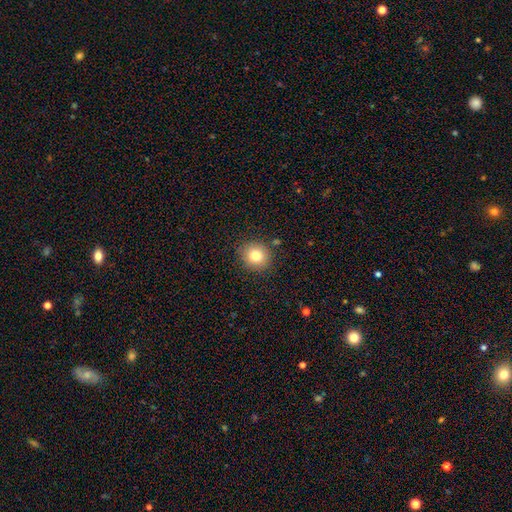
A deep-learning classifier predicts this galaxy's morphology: This appears to be a smooth galaxy with no disk features (80%) that is round (84%). Merging: none (86%).